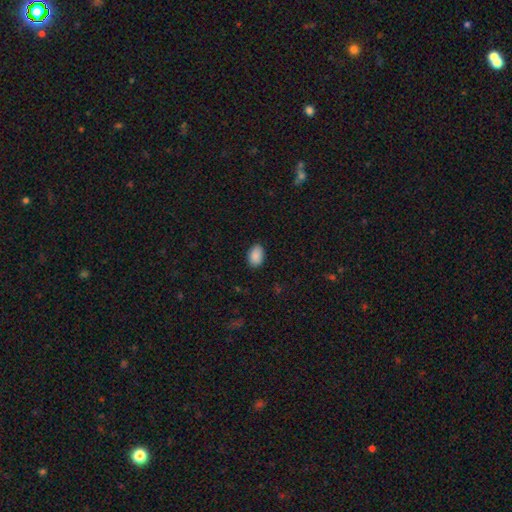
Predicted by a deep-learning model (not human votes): Smooth or featured? smooth (89%)
How rounded? in between (88%)
Merging? none (87%)